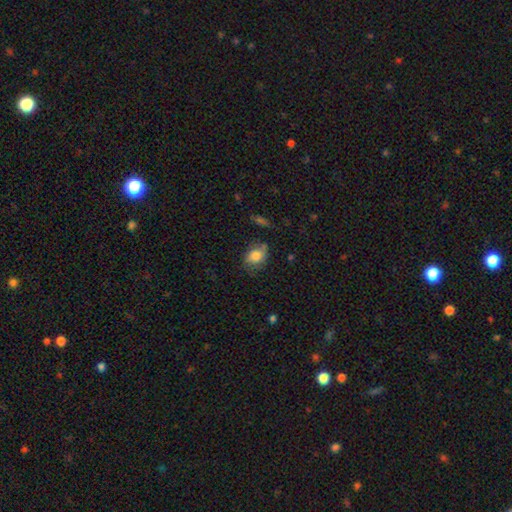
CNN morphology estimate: A smooth galaxy with no disk features (79%) that is in between round and cigar-shaped (64%).

Vote fractions:
- Smooth or featured? smooth: 79% / featured or disk: 13% / star or artifact: 8%
- How rounded? in between: 64% / round: 35% / cigar-shaped: 1%
- Merging? none: 63% / minor disturbance: 25% / major disturbance: 8% / merger: 4%